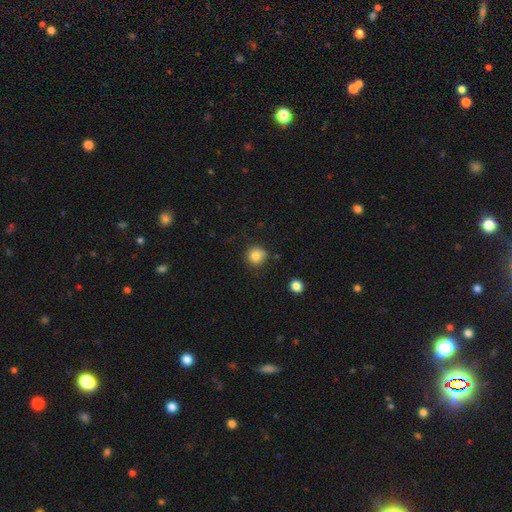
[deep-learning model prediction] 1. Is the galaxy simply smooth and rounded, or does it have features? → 82% smooth, 12% star or artifact, 7% featured or disk.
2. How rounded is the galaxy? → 90% round, 9% in between, 1% cigar-shaped.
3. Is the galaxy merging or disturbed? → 74% none, 18% minor disturbance, 4% major disturbance, 3% merger.